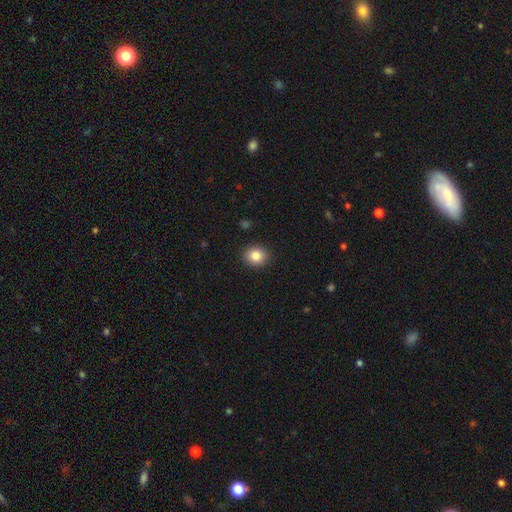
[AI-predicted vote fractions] Smooth or featured?
  - smooth: 86% *
  - star or artifact: 9%
  - featured or disk: 5%
How rounded?
  - round: 78% *
  - in between: 21%
  - cigar-shaped: 1%
Merging?
  - none: 91% *
  - minor disturbance: 6%
  - major disturbance: 2%
  - merger: 1%